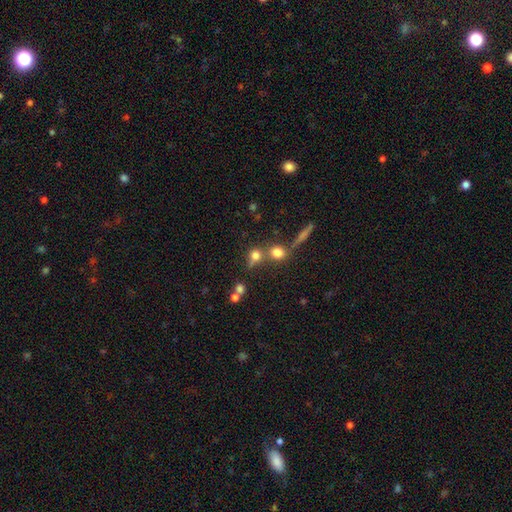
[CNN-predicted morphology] This appears to be a smooth galaxy with no disk features (74%) that is round (80%). Merging: none (44%).